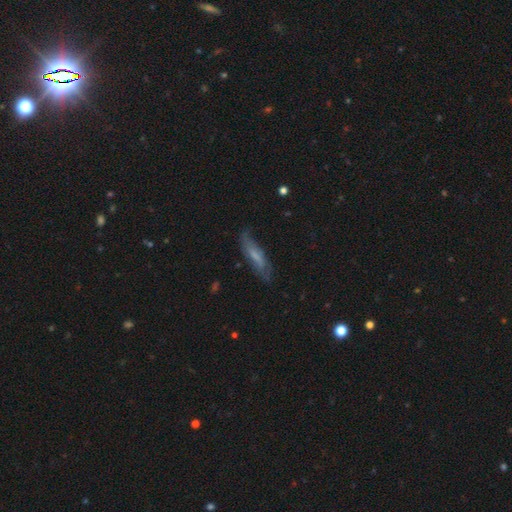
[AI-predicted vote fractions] Overall: smooth (47%; featured or disk 45%). Merging: none (66%).